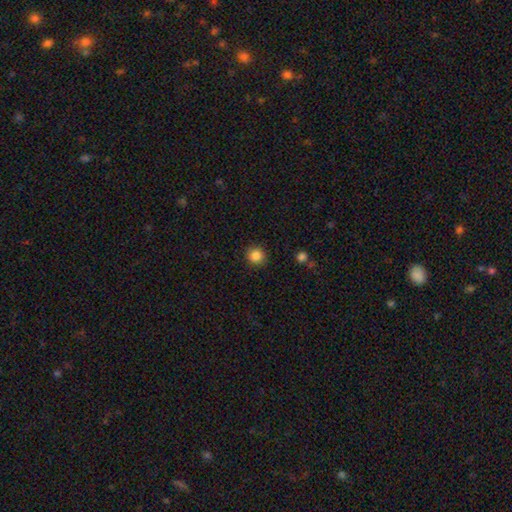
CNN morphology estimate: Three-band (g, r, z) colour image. It shows a smooth galaxy with no disk features (86%) that is round (92%). Merging: none (90%).